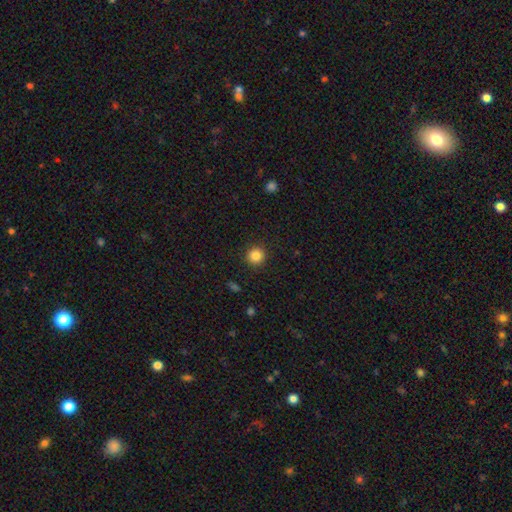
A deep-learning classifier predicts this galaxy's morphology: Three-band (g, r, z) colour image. It shows a smooth galaxy with no disk features (84%) that is round (93%). Merging: none (91%).